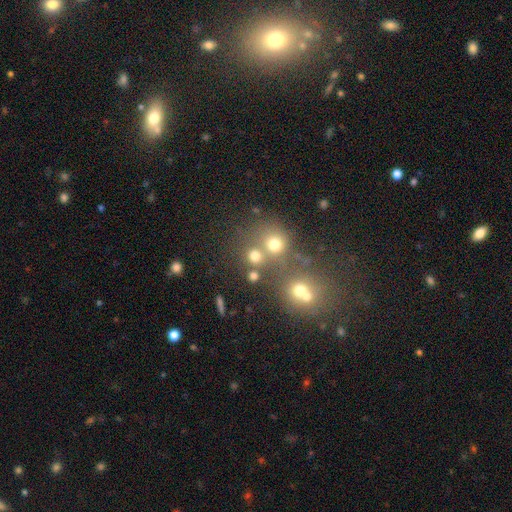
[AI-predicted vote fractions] This appears to be a smooth galaxy with no disk features (65%) that is round (85%). Merging: none (57%).